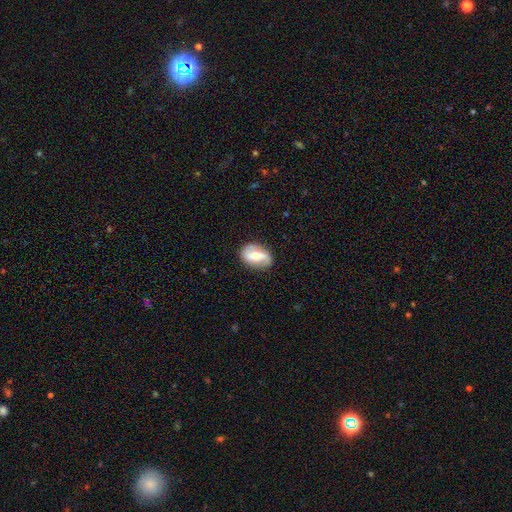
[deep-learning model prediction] Smooth or featured?
  - featured or disk: 54% *
  - smooth: 40%
  - star or artifact: 7%
Edge-on disk?
  - no: 95% *
  - yes: 5%
Bar?
  - strong: 38% * (tied)
  - weak: 38% * (tied)
  - no: 24%
Spiral arms?
  - yes: 81% *
  - no: 19%
Bulge size?
  - small: 40% * (tied)
  - moderate: 40% * (tied)
  - none: 10%
  - large: 8%
  - dominant: 2%
Merging?
  - none: 75% *
  - minor disturbance: 17%
  - major disturbance: 5%
  - merger: 2%